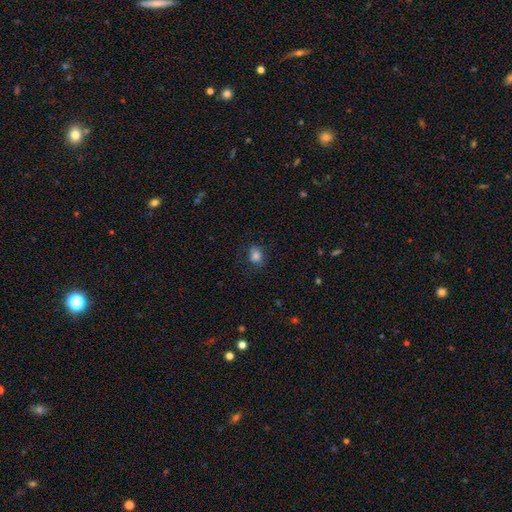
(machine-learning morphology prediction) type=smooth (82%); roundness=round (58%); merging=none (70%).